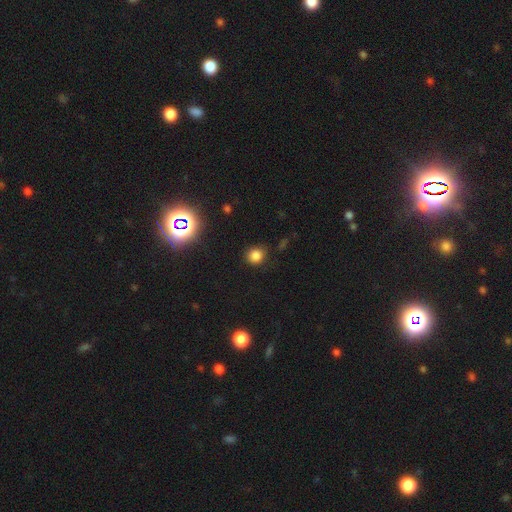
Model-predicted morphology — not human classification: smooth 78%, star or artifact 17%, featured or disk 5%. Down the decision tree: how rounded — round (84%); merging — none (83%).